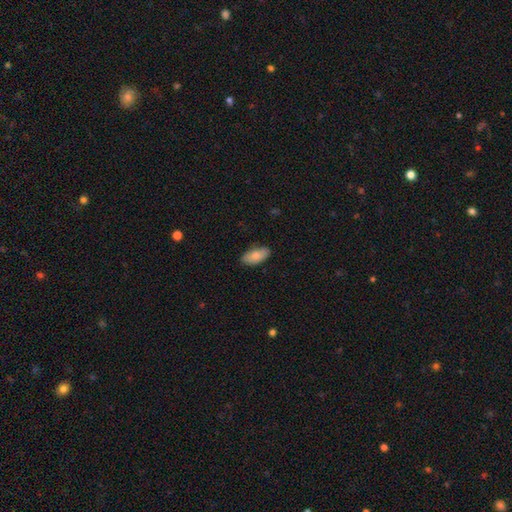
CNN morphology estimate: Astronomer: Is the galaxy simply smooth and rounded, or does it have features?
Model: smooth — 83%.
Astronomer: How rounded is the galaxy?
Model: in between — 91%.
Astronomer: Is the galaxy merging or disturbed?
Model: none — 84%.